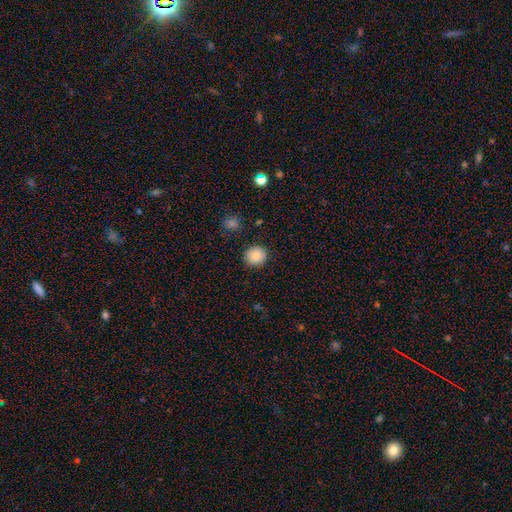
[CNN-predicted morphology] This appears to be a smooth galaxy with no disk features (88%) that is round (90%). Merging: none (90%).